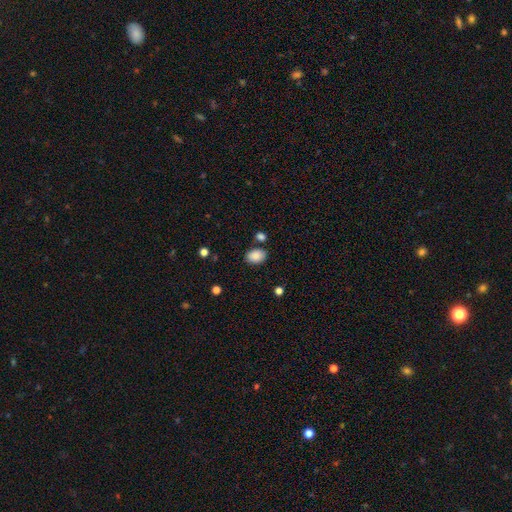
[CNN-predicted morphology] Smooth or featured? smooth (88%)
How rounded? in between (78%)
Merging? none (78%)